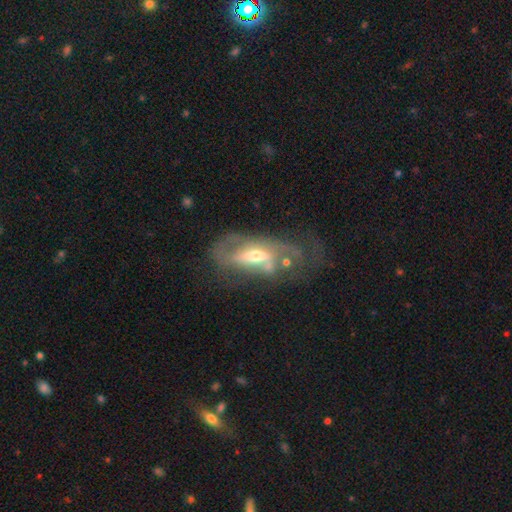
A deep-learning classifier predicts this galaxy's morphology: Smooth or featured? featured or disk (72%)
Edge-on disk? no (85%)
Bar? weak (40%)
Spiral arms? yes (67%)
Bulge size? moderate (65%)
Merging? major disturbance (33%)